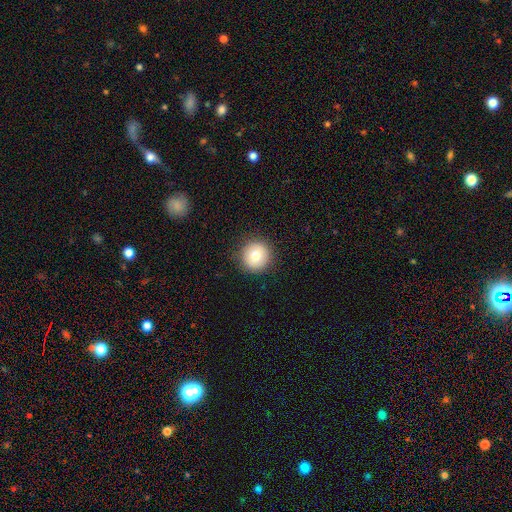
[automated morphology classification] smooth-or-featured: smooth: 77% | featured or disk: 13% | star or artifact: 10%
  how-rounded: round: 95% | in between: 4% | cigar-shaped: 1%
  merging: none: 90% | minor disturbance: 7% | major disturbance: 2% | merger: 1%